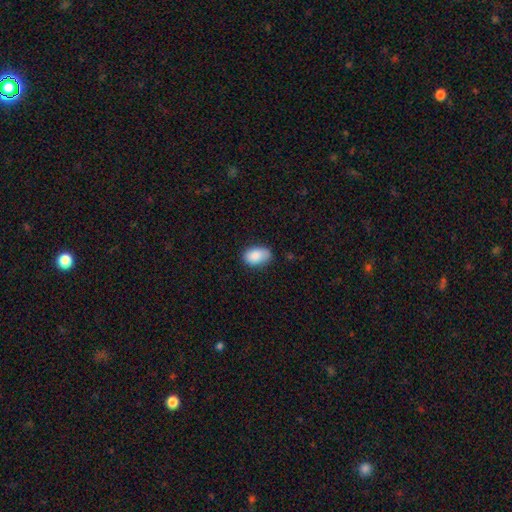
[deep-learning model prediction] Smooth or featured? Predicted: smooth (p=0.88). How rounded? Predicted: in between (p=0.88). Merging? Predicted: none (p=0.72).